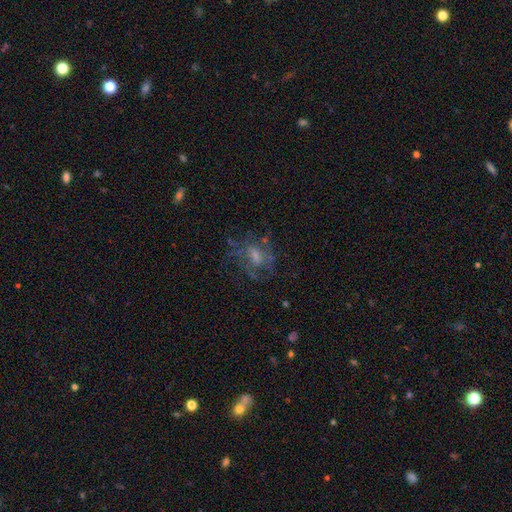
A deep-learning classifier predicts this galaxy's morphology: Overall: featured or disk (58%; smooth 25%). Edge-on disk: no (96%). Bar: no (60%; weak 33%). Spiral arms: yes (57%; no 43%). Bulge size: small (39%, tied with moderate). Merging: none (60%; major disturbance 20%).